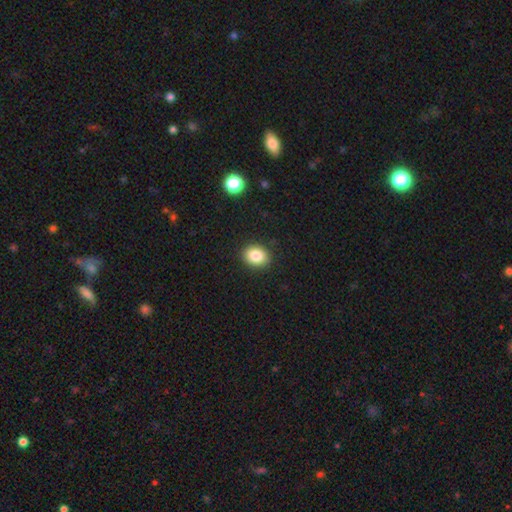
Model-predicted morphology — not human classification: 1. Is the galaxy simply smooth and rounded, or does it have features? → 85% smooth, 9% star or artifact, 5% featured or disk.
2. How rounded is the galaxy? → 54% in between, 45% round, 1% cigar-shaped.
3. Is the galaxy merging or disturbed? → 90% none, 7% minor disturbance, 2% major disturbance, 1% merger.